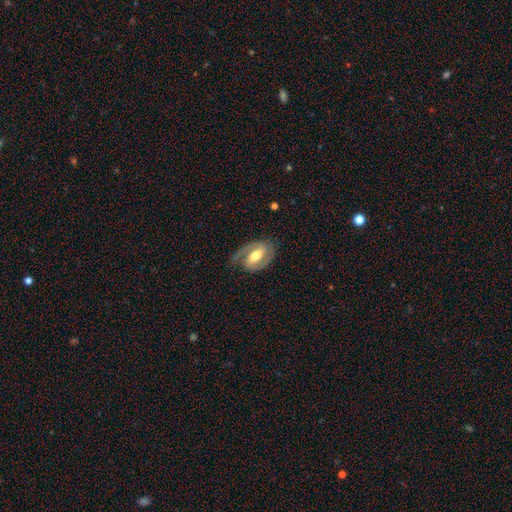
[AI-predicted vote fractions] Smooth or featured?
  - featured or disk: 81% *
  - smooth: 14%
  - star or artifact: 5%
Edge-on disk?
  - no: 96% *
  - yes: 4%
Bar?
  - strong: 43% *
  - weak: 39%
  - no: 18%
Spiral arms?
  - yes: 92% *
  - no: 8%
Spiral winding?
  - medium: 49% *
  - tight: 33%
  - loose: 19%
Spiral arm count?
  - 2: 80% *
  - 1: 13%
  - can't tell: 4%
  - 3: 1%
  - 4: 1%
  - more than 4: 1%
Bulge size?
  - moderate: 70% *
  - small: 18%
  - large: 10%
  - none: 1%
  - dominant: 1%
Merging?
  - none: 72% *
  - minor disturbance: 18%
  - major disturbance: 8%
  - merger: 1%